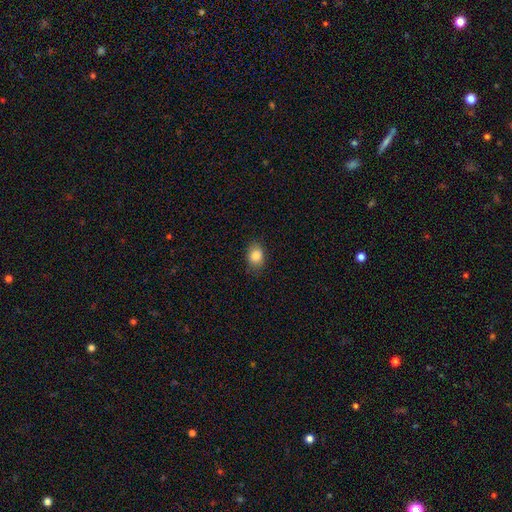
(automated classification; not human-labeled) smooth_or_featured: smooth (p=0.84) [alt: star or artifact p=0.09]
how_rounded: in between (p=0.74) [alt: round p=0.25]
merging: none (p=0.83) [alt: minor disturbance p=0.13]